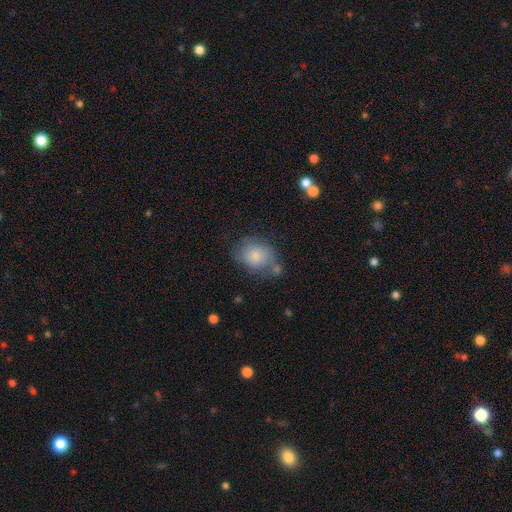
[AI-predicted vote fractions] Smooth or featured: smooth — 75% (featured or disk — 17%)
How rounded: in between — 51% (round — 48%)
Merging: none — 52% (minor disturbance — 27%)